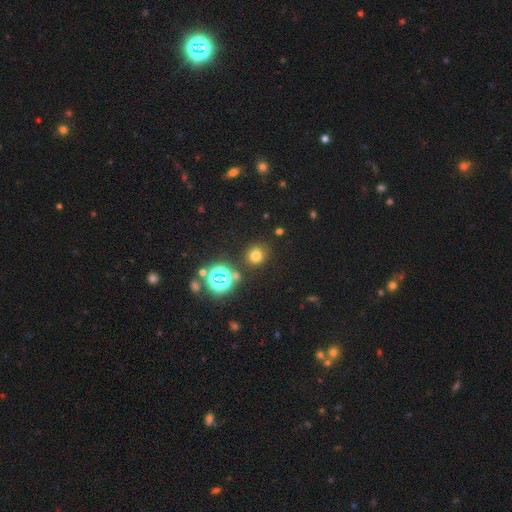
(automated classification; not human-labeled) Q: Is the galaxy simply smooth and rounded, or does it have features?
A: smooth — 67%.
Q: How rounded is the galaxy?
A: round — 87%.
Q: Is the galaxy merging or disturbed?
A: none — 85%.